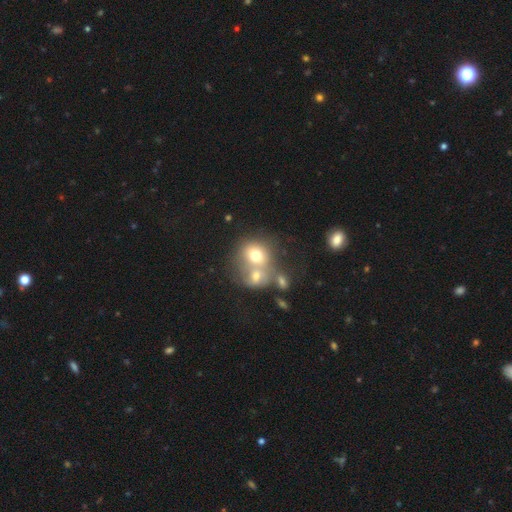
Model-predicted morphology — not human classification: This is likely a smooth galaxy (67%). How rounded: likely round (73%). Merging: possibly merger (58%).